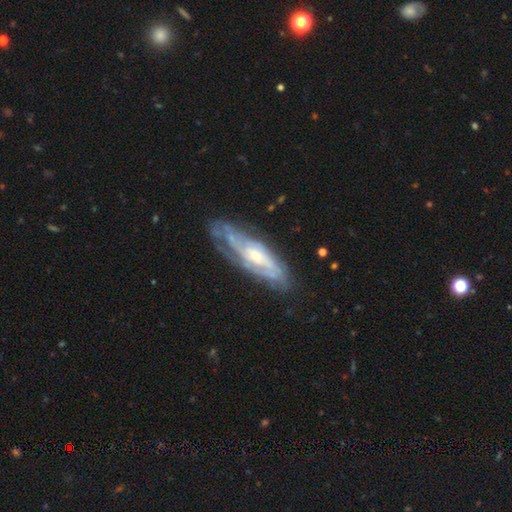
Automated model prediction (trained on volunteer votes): Smooth or featured? featured or disk (79%)
Edge-on disk? no (78%)
Bar? no (62%)
Spiral arms? yes (88%)
Spiral winding? tight (58%)
Spiral arm count? can't tell (52%)
Bulge size? moderate (45%)
Merging? none (67%)